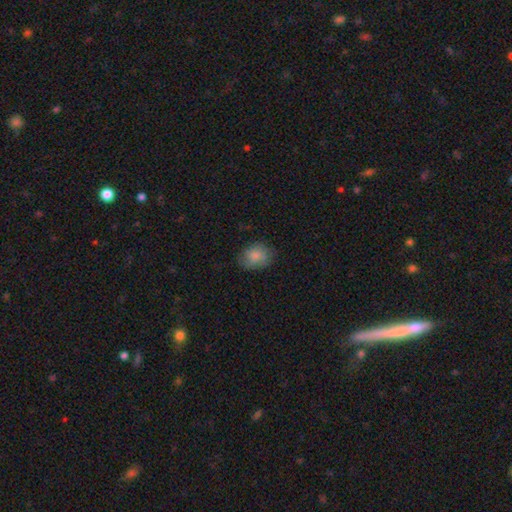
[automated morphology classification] Smooth or featured: smooth — 83% (featured or disk — 9%)
How rounded: in between — 56% (round — 43%)
Merging: none — 73% (minor disturbance — 20%)